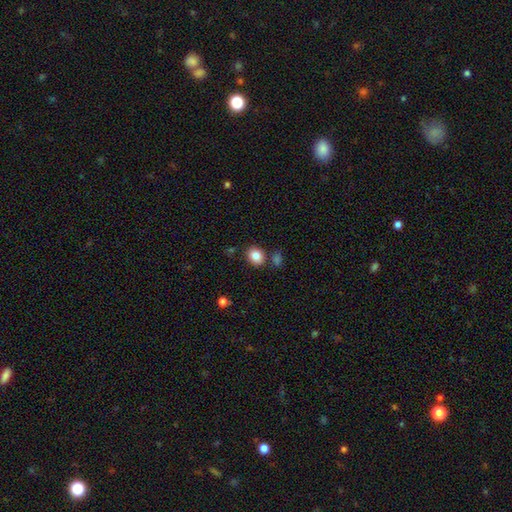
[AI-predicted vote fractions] Overall: smooth (84%). How rounded: round (54%; in between 45%). Merging: none (78%).